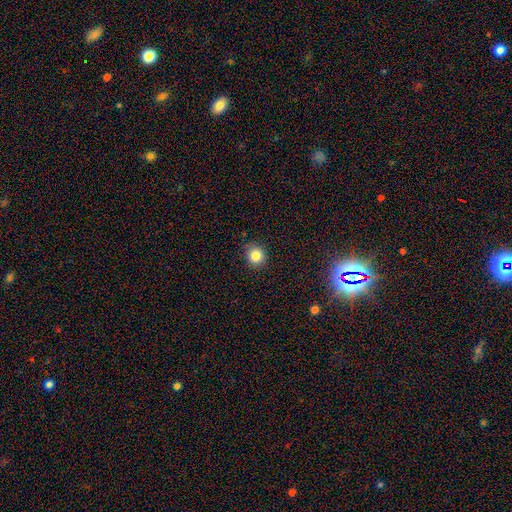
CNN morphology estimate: A smooth galaxy with no disk features (83%) that is round (90%).

Vote fractions:
- Smooth or featured? smooth: 83% / star or artifact: 12% / featured or disk: 5%
- How rounded? round: 90% / in between: 9% / cigar-shaped: 1%
- Merging? none: 87% / minor disturbance: 10% / major disturbance: 2% / merger: 1%